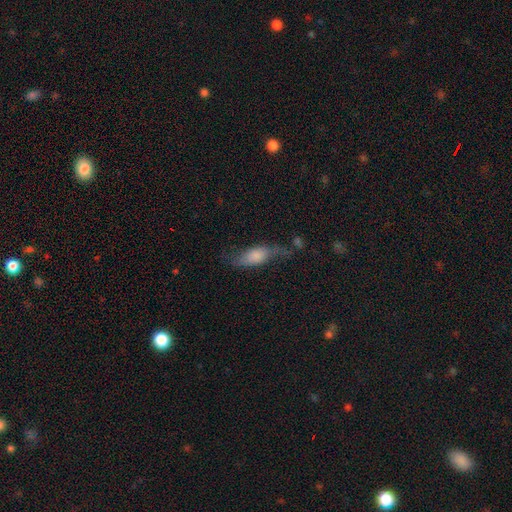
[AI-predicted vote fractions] This appears to be a smooth galaxy with no disk features (52%) that is in between round and cigar-shaped (63%). Merging: none (47%).